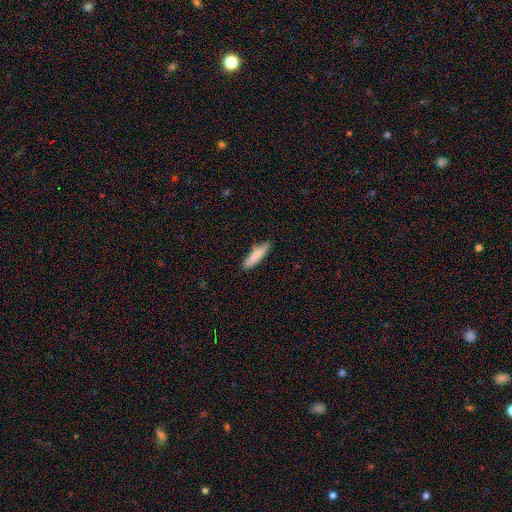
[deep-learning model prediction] smooth_or_featured: smooth (p=0.83) [alt: featured or disk p=0.11]
how_rounded: cigar-shaped (p=0.78) [alt: in between p=0.21]
merging: none (p=0.82) [alt: minor disturbance p=0.14]